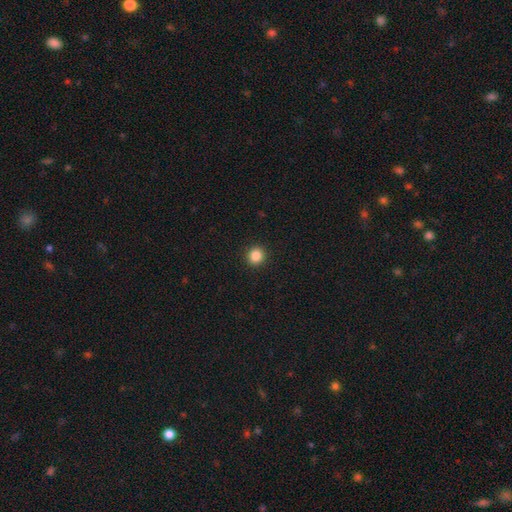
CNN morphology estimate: A smooth galaxy with no disk features (86%) that is round (89%). Merging: none (93%).